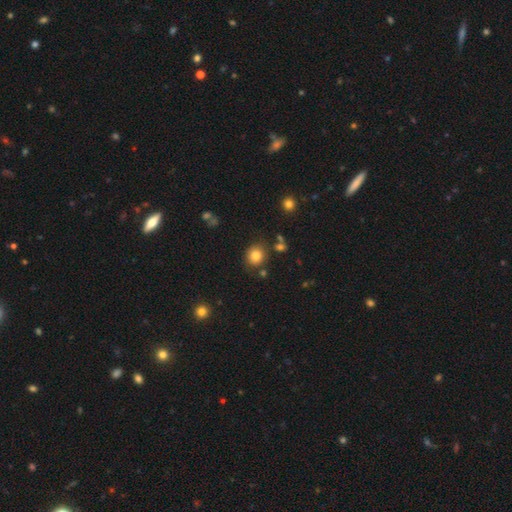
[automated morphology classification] Smooth or featured? smooth (82%)
How rounded? round (82%)
Merging? none (81%)